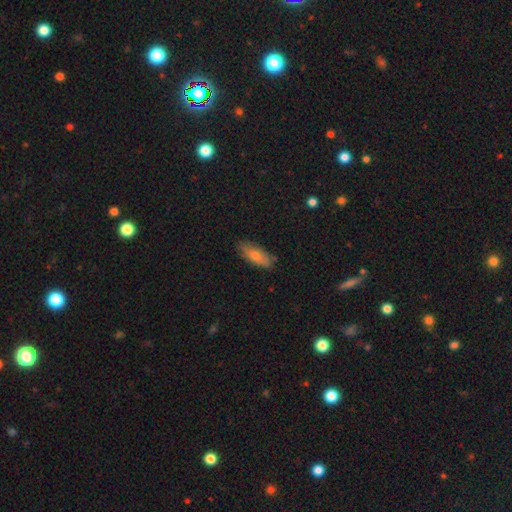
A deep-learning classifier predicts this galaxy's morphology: Smooth or featured: smooth — 68% (featured or disk — 24%)
How rounded: in between — 67% (cigar-shaped — 30%)
Merging: none — 84% (minor disturbance — 13%)